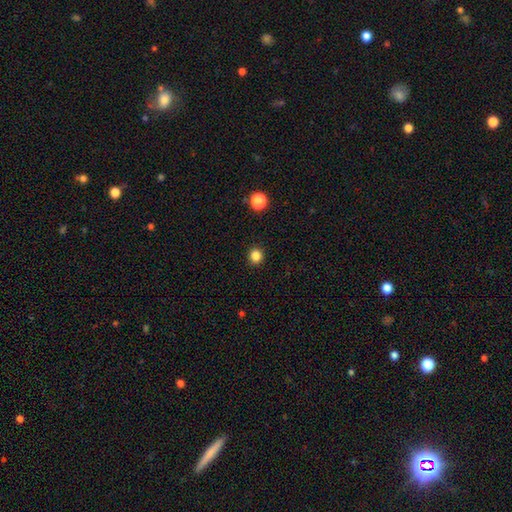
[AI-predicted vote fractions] Smooth or featured: smooth — 84% (star or artifact — 13%)
How rounded: round — 87% (in between — 12%)
Merging: none — 92% (minor disturbance — 5%)